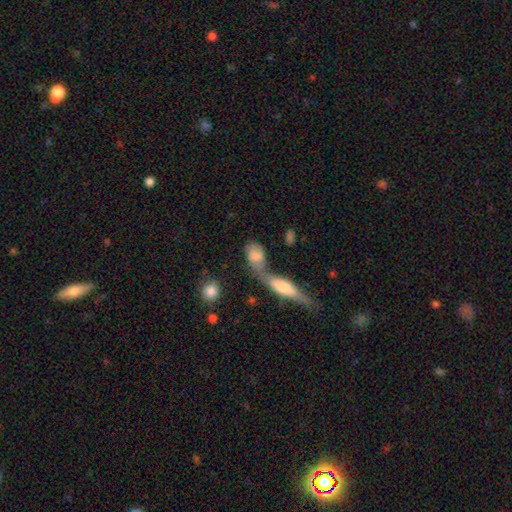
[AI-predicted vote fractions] Smooth or featured: smooth — 70% (featured or disk — 22%)
How rounded: in between — 82% (round — 9%)
Merging: merger — 61% (none — 21%)